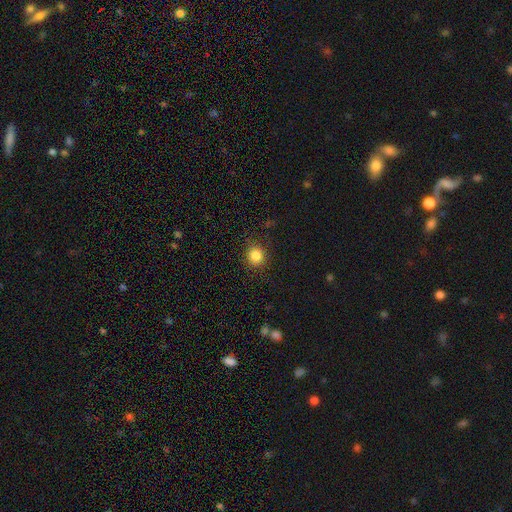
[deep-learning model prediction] A smooth galaxy with no disk features (84%) that is round (89%).

Vote fractions:
- Smooth or featured? smooth: 84% / star or artifact: 11% / featured or disk: 4%
- How rounded? round: 89% / in between: 10% / cigar-shaped: 1%
- Merging? none: 89% / minor disturbance: 8% / major disturbance: 2% / merger: 1%